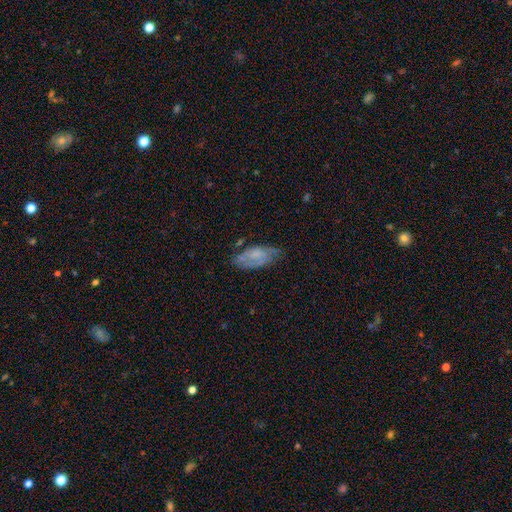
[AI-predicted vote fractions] This appears to be a smooth galaxy with no disk features (46%). Merging: none (60%).